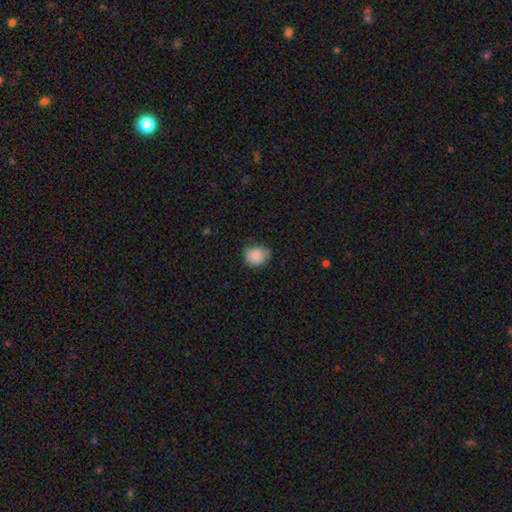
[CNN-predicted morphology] This is clearly a smooth galaxy (86%). How rounded: likely round (63%). Merging: likely none (66%).